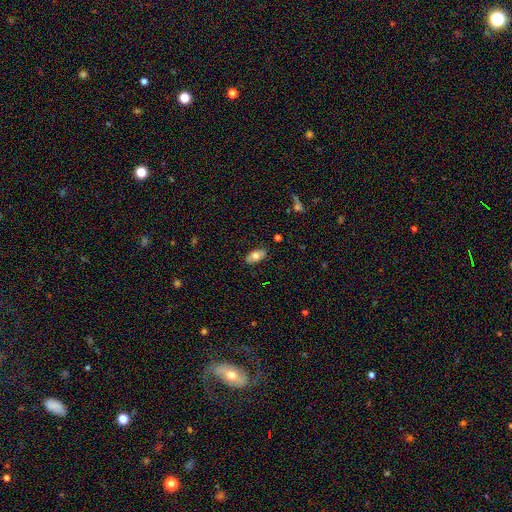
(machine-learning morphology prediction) A smooth galaxy with no disk features (70%) that is in between round and cigar-shaped (91%). Merging: none (85%).